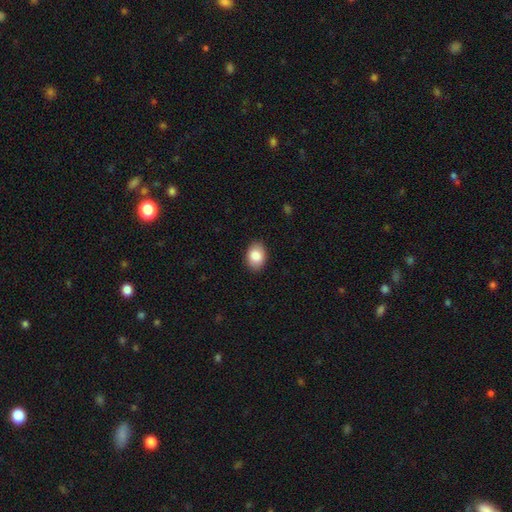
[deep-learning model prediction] smooth 87%, star or artifact 7%, featured or disk 6%. Down the decision tree: how rounded — in between (77%); merging — none (89%).